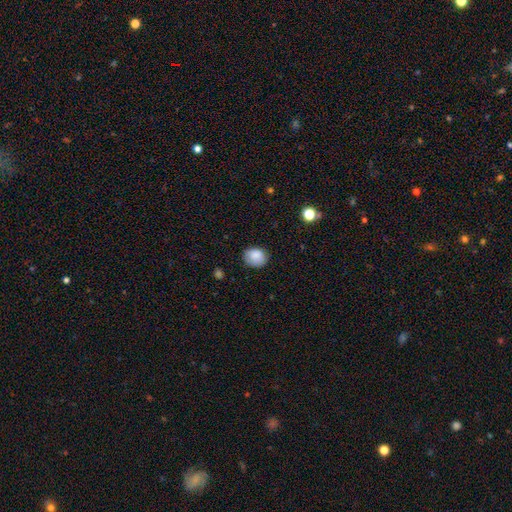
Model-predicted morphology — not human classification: Smooth or featured? Predicted: smooth (p=0.86). How rounded? Predicted: round (p=0.59). Merging? Predicted: none (p=0.75).